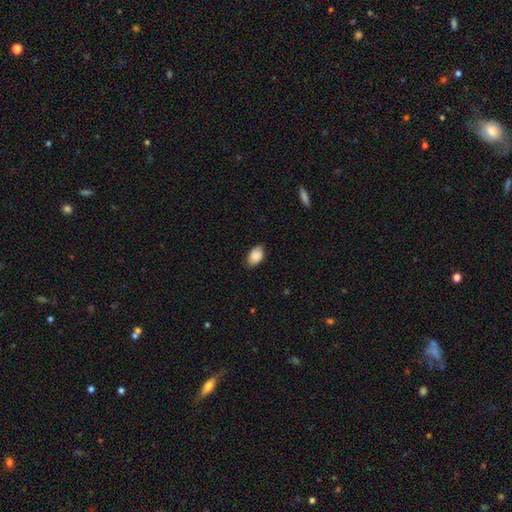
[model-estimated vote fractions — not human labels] This appears to be a smooth galaxy with no disk features (86%) that is in between round and cigar-shaped (91%). Merging: none (77%).